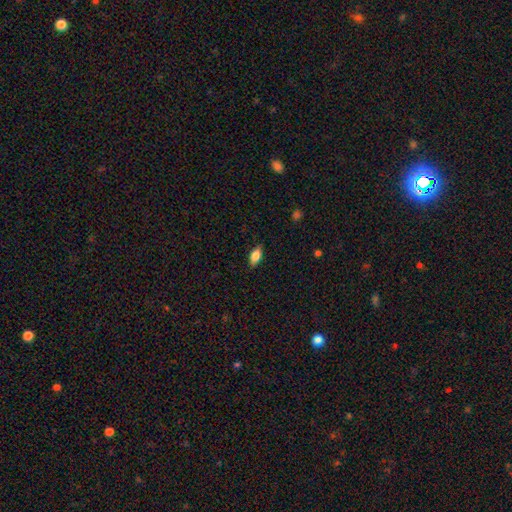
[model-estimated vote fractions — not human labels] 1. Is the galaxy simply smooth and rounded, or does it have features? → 79% smooth, 13% featured or disk, 8% star or artifact.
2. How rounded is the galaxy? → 87% in between, 8% cigar-shaped, 4% round.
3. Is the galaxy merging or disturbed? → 85% none, 11% minor disturbance, 2% major disturbance, 1% merger.